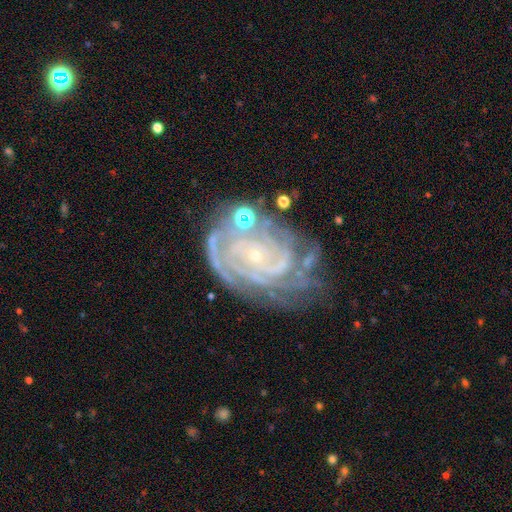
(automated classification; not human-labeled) A featured or disk galaxy (88%) with no bar (72%), tight (78%) spiral arms (97%) and a small central bulge (87%).

Vote fractions:
- Smooth or featured? featured or disk: 88% / star or artifact: 7% / smooth: 5%
- Edge-on disk? no: 97% / yes: 3%
- Bar? no: 72% / weak: 20% / strong: 8%
- Spiral arms? yes: 97% / no: 3%
- Spiral winding? tight: 78% / medium: 19% / loose: 3%
- Spiral arm count? can't tell: 25% / 3: 21% / 4: 20% / 2: 18% / more than 4: 9% / 1: 7%
- Bulge size? small: 87% / moderate: 8% / none: 3% / large: 1% / dominant: 1%
- Merging? none: 57% / minor disturbance: 24% / major disturbance: 12% / merger: 7%